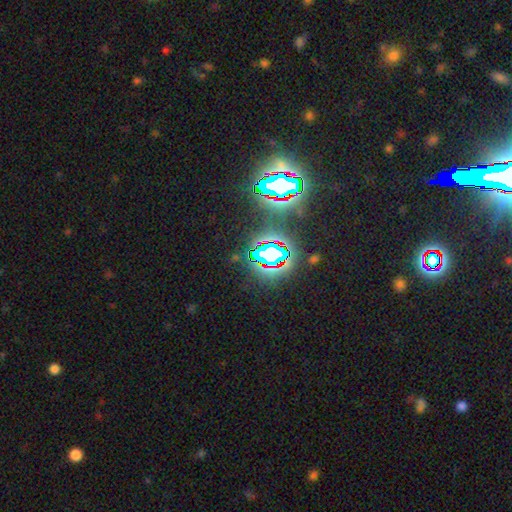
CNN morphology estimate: smooth-or-featured: star or artifact: 82% | smooth: 11% | featured or disk: 8%